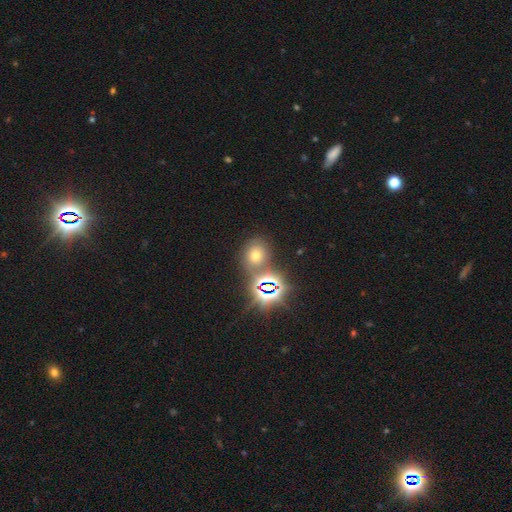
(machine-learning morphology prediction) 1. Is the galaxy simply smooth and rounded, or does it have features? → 44% star or artifact (tied), 44% smooth (tied), 12% featured or disk.